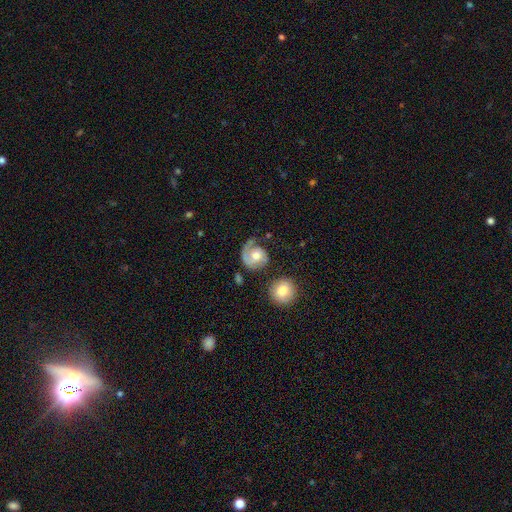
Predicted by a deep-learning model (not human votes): This appears to be a featured or disk galaxy (71%) with no bar (72%), 1 (66%) tight (45%) spiral arms (92%) and a moderate central bulge (64%). Merging: none (48%).